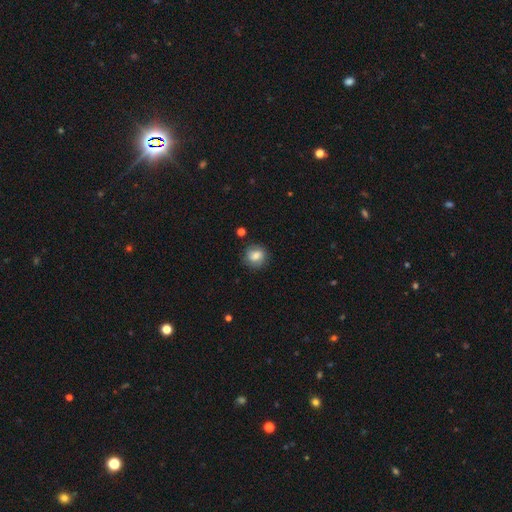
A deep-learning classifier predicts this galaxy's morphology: Q: Smooth or featured?
A: smooth (76%); runner-up: featured or disk (14%)
Q: How rounded?
A: round (77%); runner-up: in between (22%)
Q: Merging?
A: none (79%); runner-up: minor disturbance (15%)